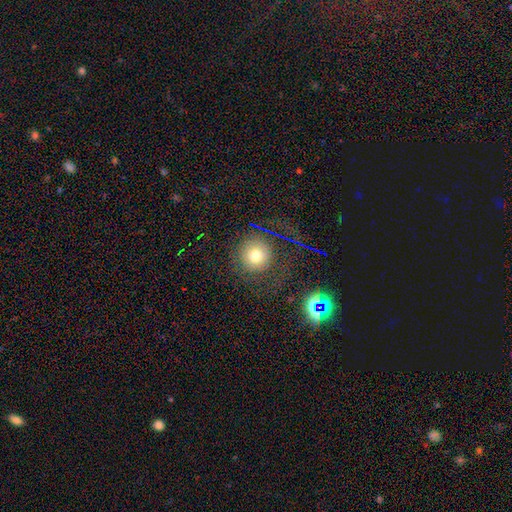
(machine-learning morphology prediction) This appears to be a smooth galaxy with no disk features (71%) that is round (93%). Merging: none (74%).